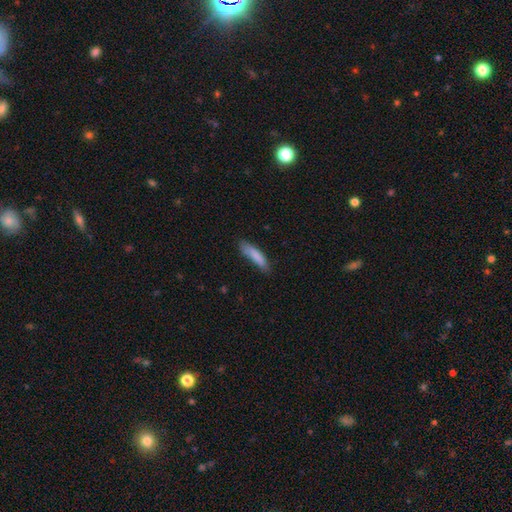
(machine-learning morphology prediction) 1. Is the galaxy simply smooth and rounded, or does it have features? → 85% smooth, 9% featured or disk, 6% star or artifact.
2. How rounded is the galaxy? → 73% cigar-shaped, 26% in between, 1% round.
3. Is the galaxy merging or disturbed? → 70% none, 23% minor disturbance, 5% major disturbance, 2% merger.